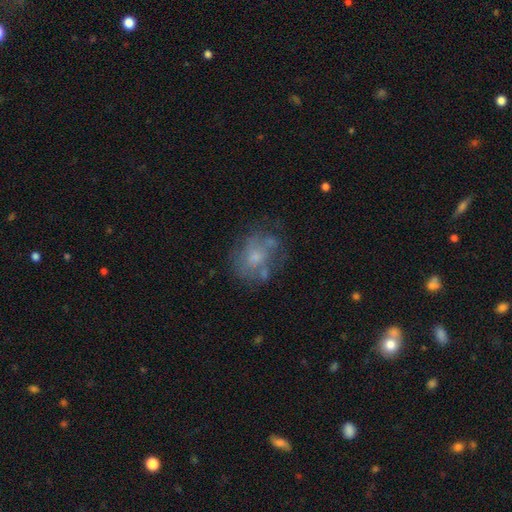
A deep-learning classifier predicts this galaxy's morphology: Smooth or featured? featured or disk (46%)
Merging? none (53%)